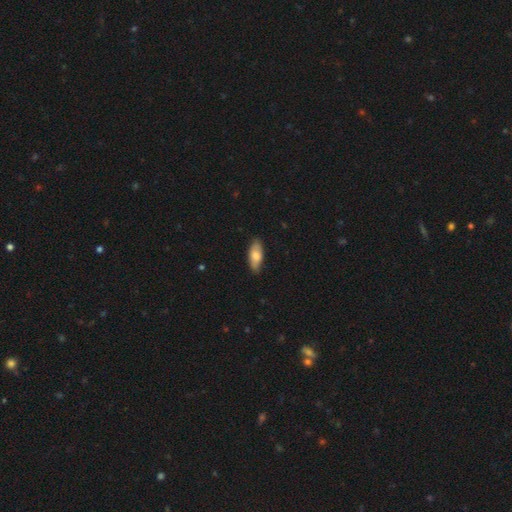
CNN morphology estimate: Smooth or featured? Predicted: smooth (p=0.77). How rounded? Predicted: in between (p=0.79). Merging? Predicted: none (p=0.83).